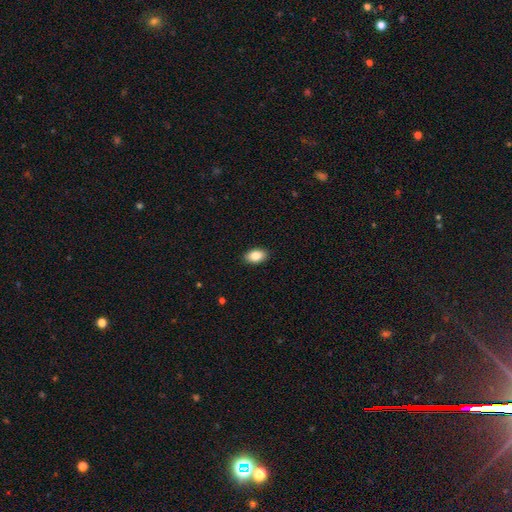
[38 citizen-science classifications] This appears to be a smooth galaxy with no disk features (87%) that is in between round and cigar-shaped (94%). Merging: none (97%).